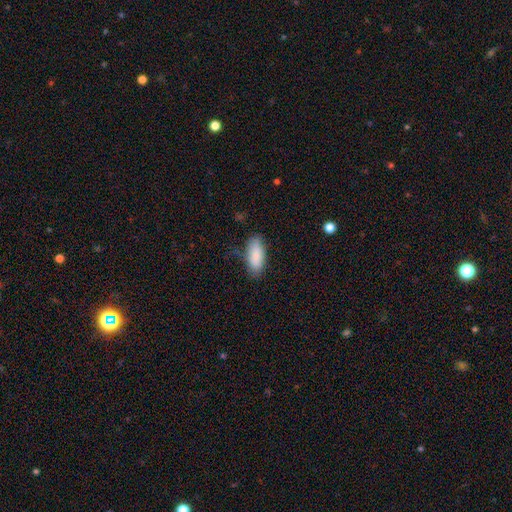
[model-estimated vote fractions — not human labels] Smooth or featured? Predicted: smooth (p=0.87). How rounded? Predicted: in between (p=0.84). Merging? Predicted: none (p=0.73).